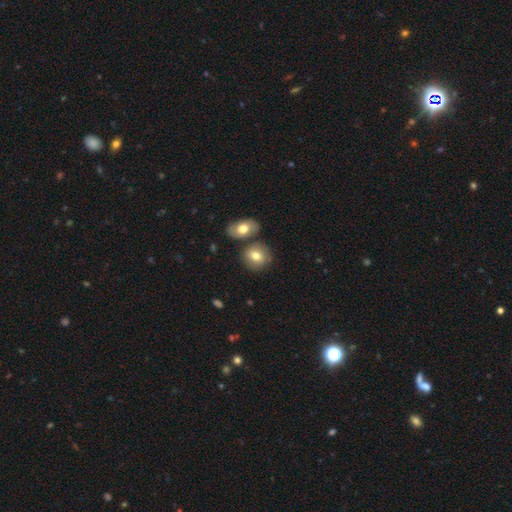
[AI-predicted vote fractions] This is likely a smooth galaxy (74%). How rounded: likely round (70%). Merging: likely none (68%).